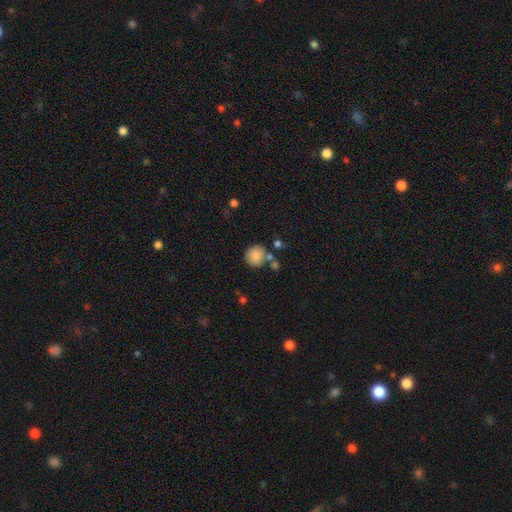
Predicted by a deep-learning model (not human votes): Overall: smooth (84%). How rounded: round (90%). Merging: none (68%).